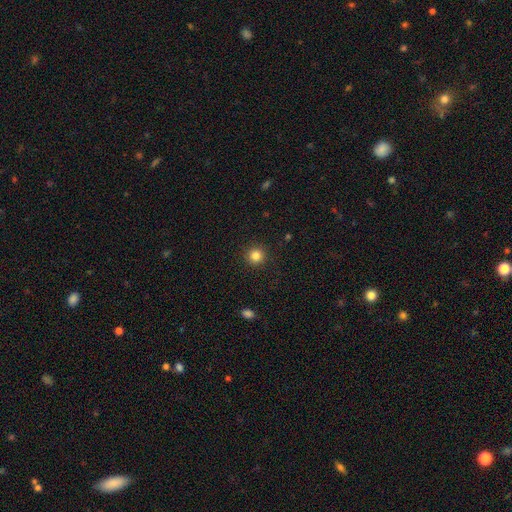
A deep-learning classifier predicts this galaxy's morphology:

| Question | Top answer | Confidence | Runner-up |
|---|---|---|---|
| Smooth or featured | smooth | 83% | star or artifact (12%) |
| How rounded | round | 95% | in between (4%) |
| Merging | none | 92% | minor disturbance (5%) |